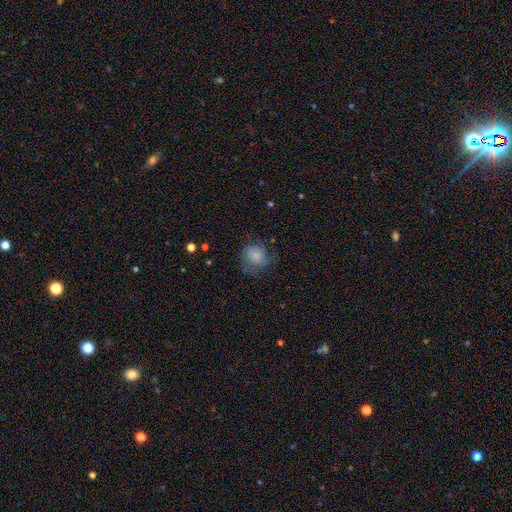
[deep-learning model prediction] A smooth galaxy with no disk features (59%) that is round (76%).

Vote fractions:
- Smooth or featured? smooth: 59% / featured or disk: 32% / star or artifact: 9%
- How rounded? round: 76% / in between: 23% / cigar-shaped: 1%
- Merging? none: 54% / minor disturbance: 26% / major disturbance: 19% / merger: 1%